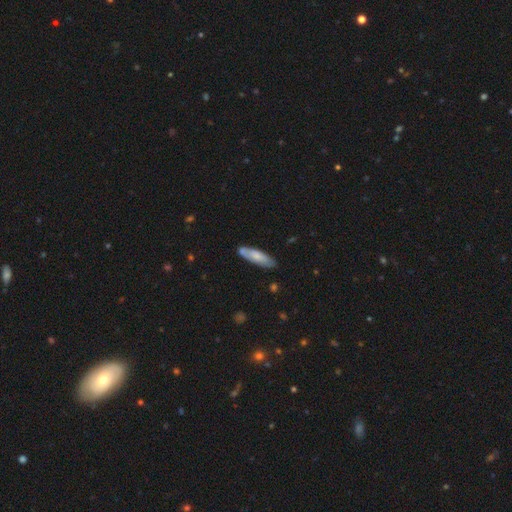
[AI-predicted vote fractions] Smooth or featured? smooth (65%)
How rounded? cigar-shaped (61%)
Merging? none (77%)